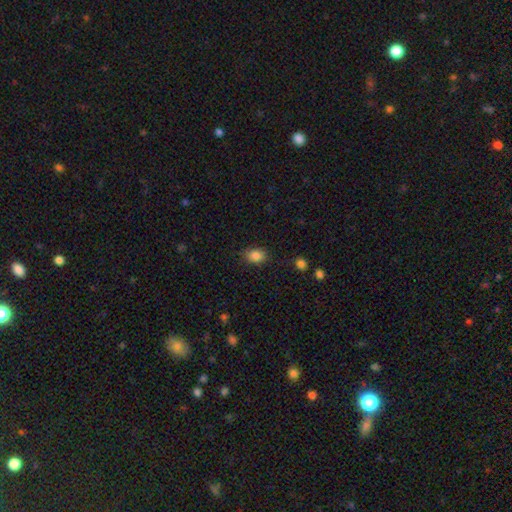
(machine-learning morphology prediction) smooth-or-featured: smooth: 86% | star or artifact: 10% | featured or disk: 4%
  how-rounded: in between: 70% | round: 29% | cigar-shaped: 1%
  merging: none: 81% | minor disturbance: 14% | major disturbance: 3% | merger: 2%